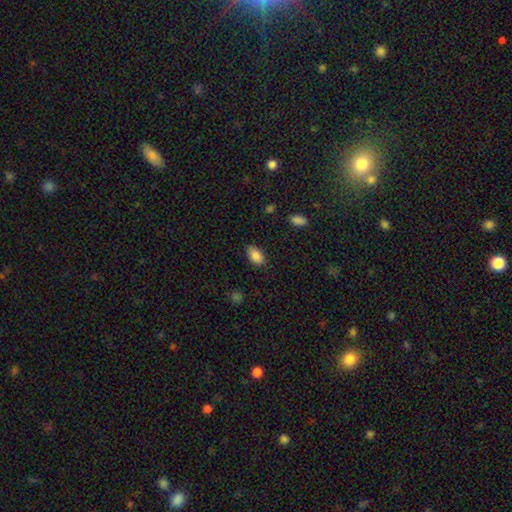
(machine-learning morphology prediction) A smooth galaxy with no disk features (88%) that is in between round and cigar-shaped (93%). Merging: none (83%).